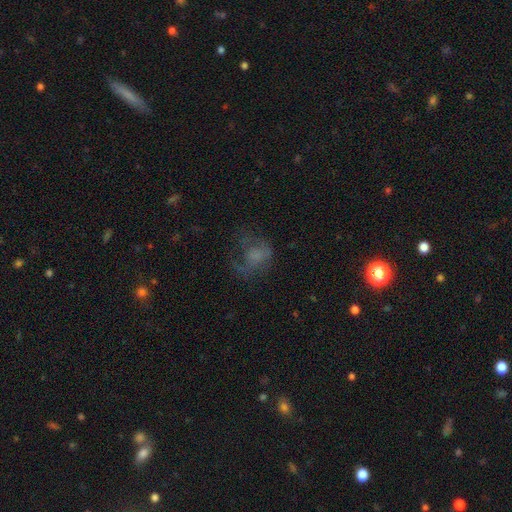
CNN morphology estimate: The model was most divided on "smooth or featured": smooth: 44%, featured or disk: 39%, star or artifact: 18%. Remaining: merging — major disturbance (43%).